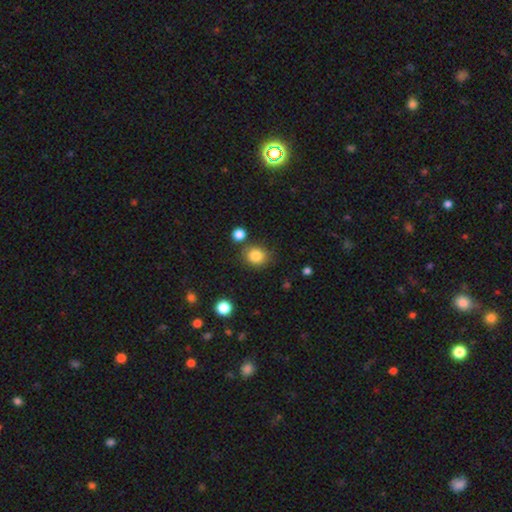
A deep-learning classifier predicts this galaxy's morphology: Smooth or featured? smooth (84%)
How rounded? round (75%)
Merging? none (77%)